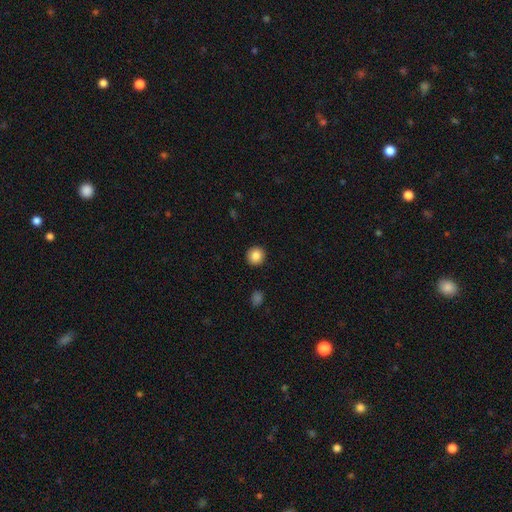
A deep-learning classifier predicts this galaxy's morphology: This appears to be a smooth galaxy with no disk features (86%) that is round (93%). Merging: none (93%).